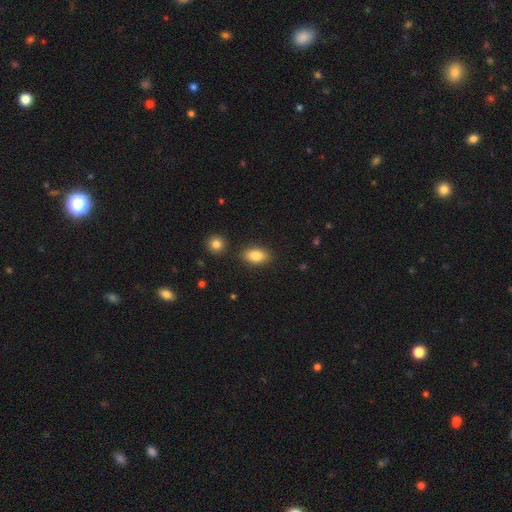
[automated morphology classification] Smooth or featured?
  - smooth: 84% *
  - featured or disk: 8%
  - star or artifact: 8%
How rounded?
  - in between: 89% *
  - round: 8%
  - cigar-shaped: 3%
Merging?
  - none: 85% *
  - minor disturbance: 9%
  - merger: 4%
  - major disturbance: 2%